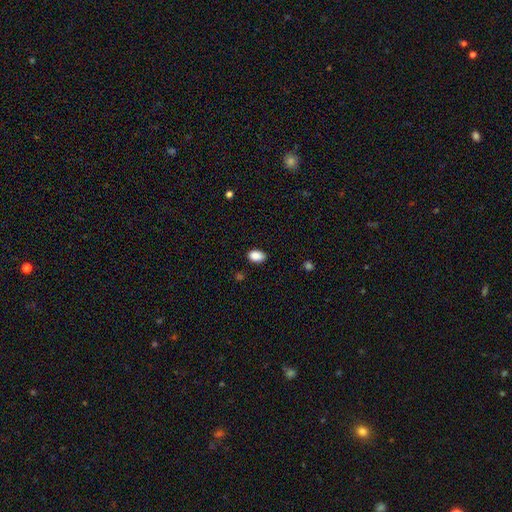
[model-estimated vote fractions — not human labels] smooth_or_featured: smooth (p=0.89) [alt: star or artifact p=0.08]
how_rounded: in between (p=0.86) [alt: round p=0.12]
merging: none (p=0.86) [alt: minor disturbance p=0.11]